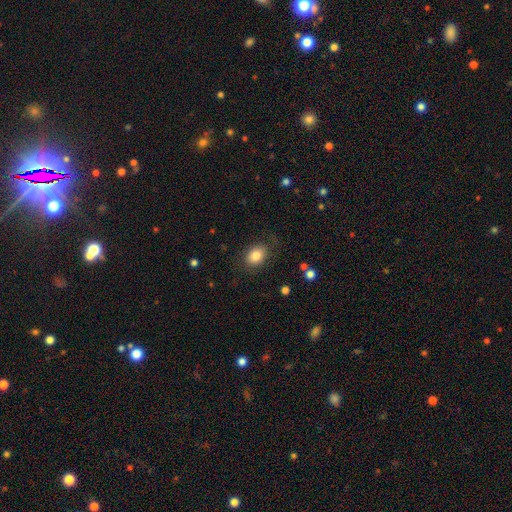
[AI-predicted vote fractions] A smooth galaxy with no disk features (82%) that is in between round and cigar-shaped (59%).

Vote fractions:
- Smooth or featured? smooth: 82% / featured or disk: 9% / star or artifact: 9%
- How rounded? in between: 59% / round: 40% / cigar-shaped: 1%
- Merging? none: 79% / minor disturbance: 14% / major disturbance: 6% / merger: 1%